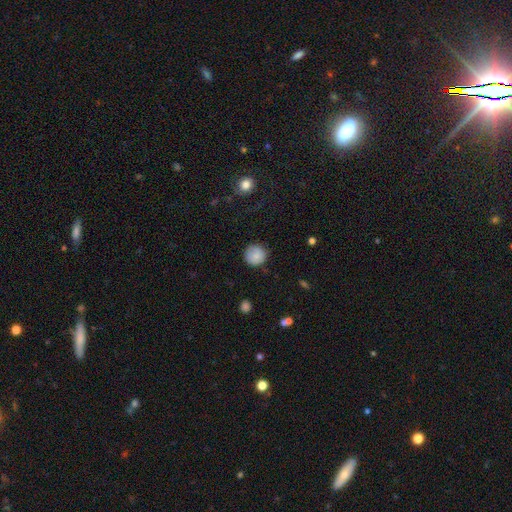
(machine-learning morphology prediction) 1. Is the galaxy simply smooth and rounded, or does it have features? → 82% smooth, 10% featured or disk, 8% star or artifact.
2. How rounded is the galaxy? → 94% round, 5% in between, 1% cigar-shaped.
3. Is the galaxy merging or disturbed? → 84% none, 12% minor disturbance, 3% major disturbance, 1% merger.